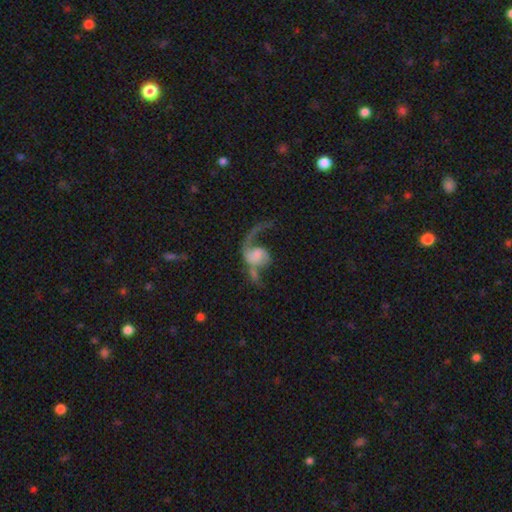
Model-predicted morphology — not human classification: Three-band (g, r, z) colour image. It shows a featured or disk galaxy (69%) with no bar (68%), 1 (47%, tied with 2) loose (82%) spiral arms (85%) and no central bulge (40%). Merging: major disturbance (43%).